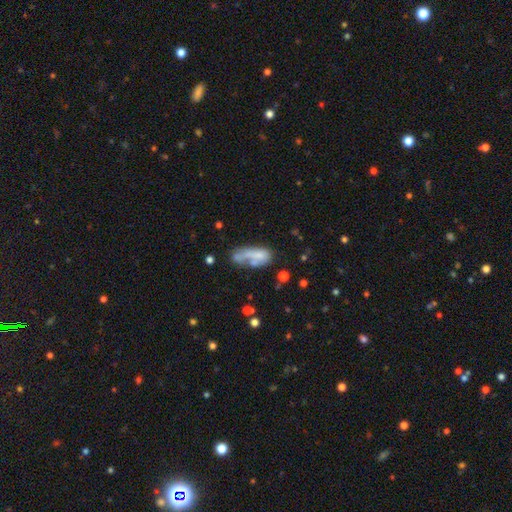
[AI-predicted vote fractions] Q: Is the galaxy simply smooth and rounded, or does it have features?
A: smooth — 59%.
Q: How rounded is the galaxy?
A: in between — 71%.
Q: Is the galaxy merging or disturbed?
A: none — 28%.